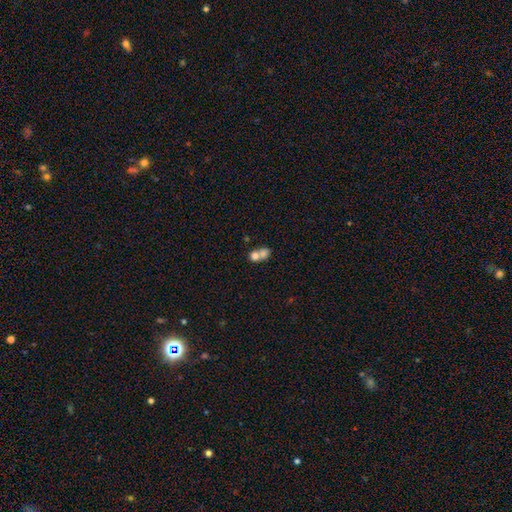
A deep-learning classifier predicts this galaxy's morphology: This is likely a smooth galaxy (70%). How rounded: likely round (62%). Merging: likely merger (68%).